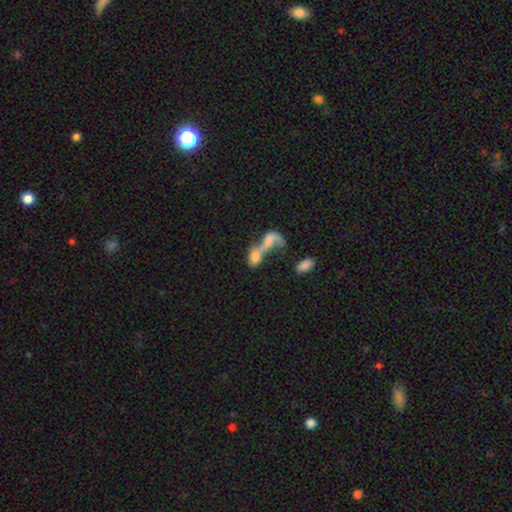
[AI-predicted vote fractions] Morphology: type=smooth (57%); roundness=in between (77%); merging=merger (75%).